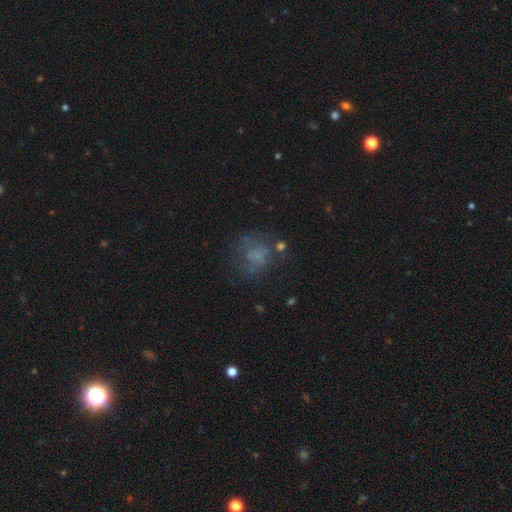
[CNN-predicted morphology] Smooth or featured: smooth — 47% (featured or disk — 34%)
Merging: none — 51% (major disturbance — 23%)